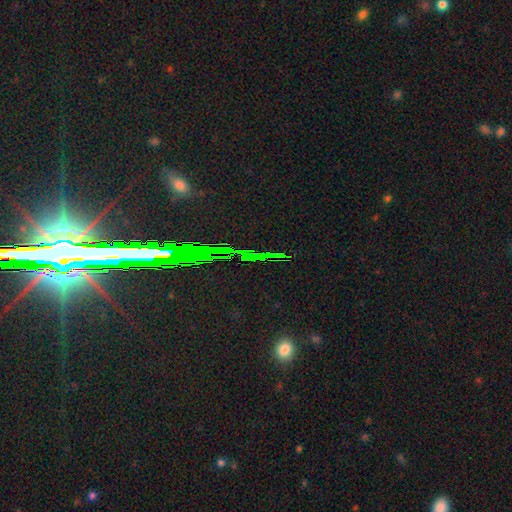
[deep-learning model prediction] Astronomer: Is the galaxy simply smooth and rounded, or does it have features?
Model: star or artifact — 75%.